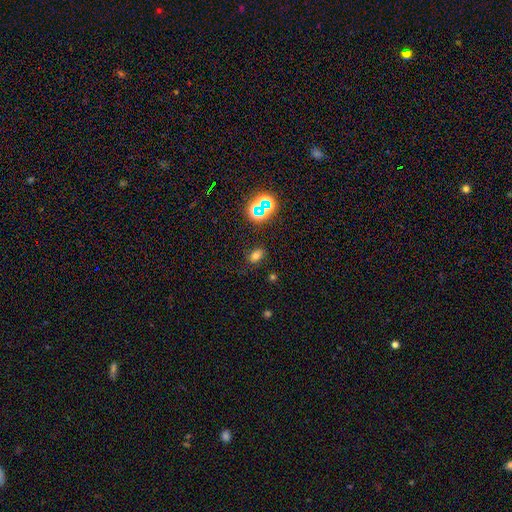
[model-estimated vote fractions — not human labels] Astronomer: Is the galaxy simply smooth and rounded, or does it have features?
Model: smooth — 64%.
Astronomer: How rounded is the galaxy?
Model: in between — 76%.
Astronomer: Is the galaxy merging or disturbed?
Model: none — 80%.